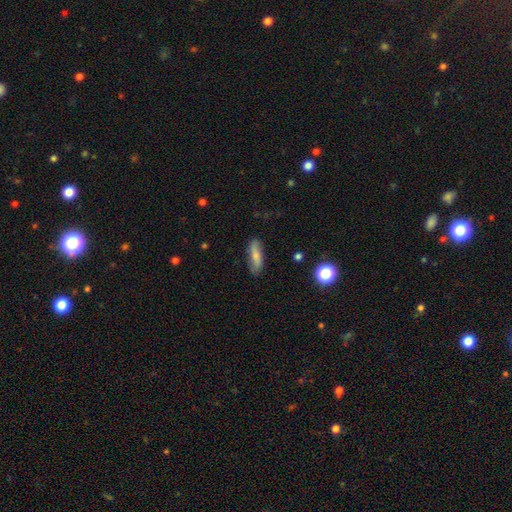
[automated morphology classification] smooth_or_featured: smooth (p=0.71) [alt: featured or disk p=0.22]
how_rounded: cigar-shaped (p=0.52) [alt: in between p=0.45]
merging: none (p=0.81) [alt: minor disturbance p=0.15]